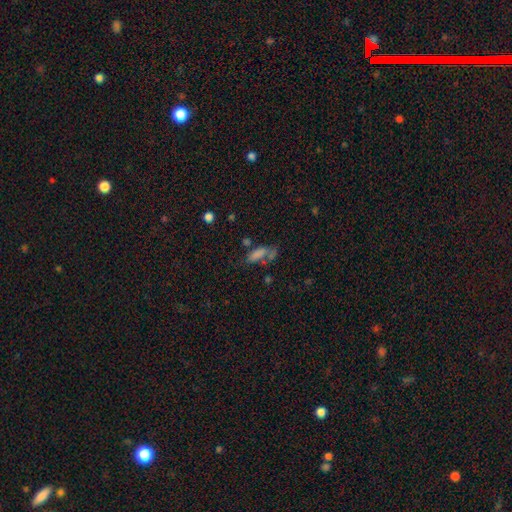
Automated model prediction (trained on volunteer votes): Smooth or featured? Predicted: smooth (p=0.60). How rounded? Predicted: in between (p=0.64). Merging? Predicted: none (p=0.41).